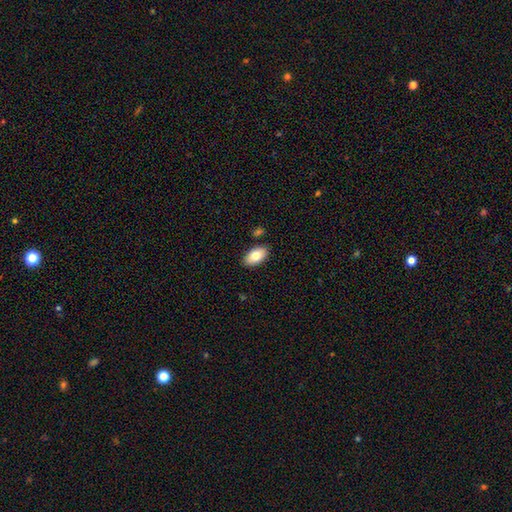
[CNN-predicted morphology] A smooth galaxy with no disk features (80%) that is in between round and cigar-shaped (94%). Merging: none (86%).